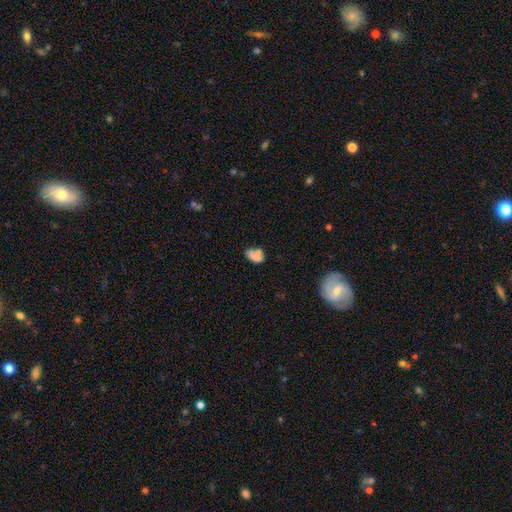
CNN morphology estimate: Overall: smooth (63%; featured or disk 25%). How rounded: in between (79%). Merging: none (34%; merger 32%).